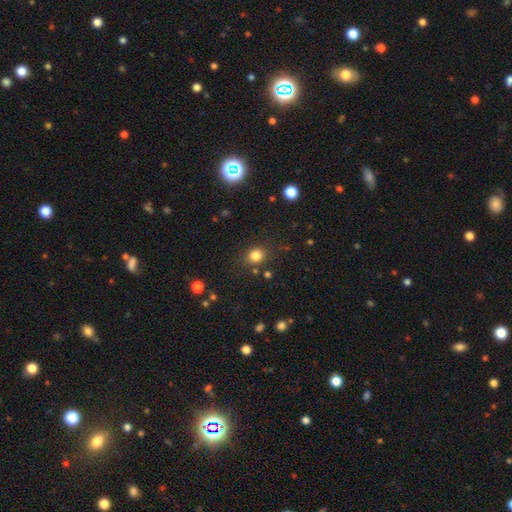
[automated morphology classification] Overall: smooth (81%). How rounded: round (73%). Merging: none (80%).